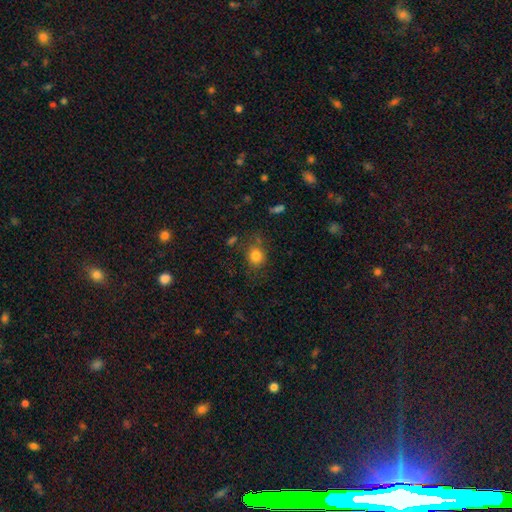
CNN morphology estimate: Smooth or featured? Predicted: smooth (p=0.81). How rounded? Predicted: round (p=0.69). Merging? Predicted: none (p=0.72).